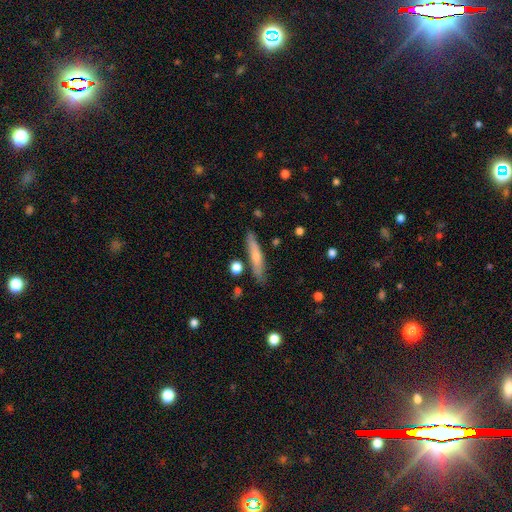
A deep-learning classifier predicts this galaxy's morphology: smooth 59%, featured or disk 34%, star or artifact 6%. Down the decision tree: how rounded — cigar-shaped (89%); merging — none (82%).